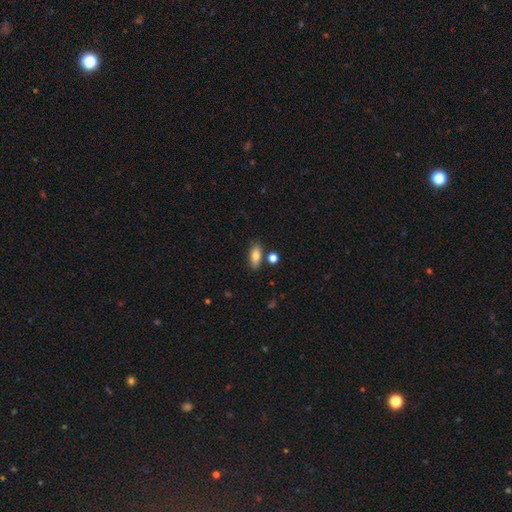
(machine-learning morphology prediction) Smooth or featured: smooth — 77% (featured or disk — 14%)
How rounded: in between — 76% (cigar-shaped — 19%)
Merging: none — 78% (minor disturbance — 12%)